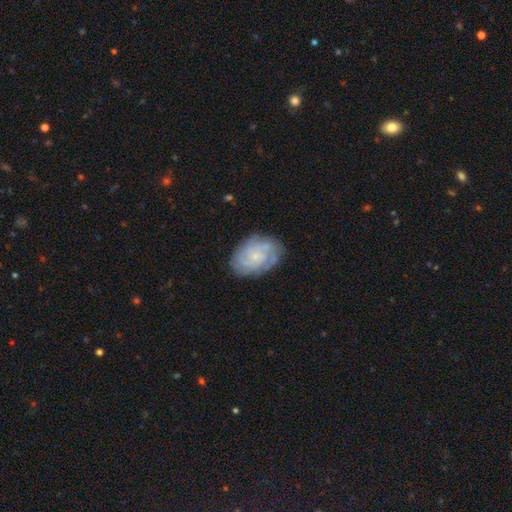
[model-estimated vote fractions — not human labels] Overall: featured or disk (71%). Edge-on disk: no (97%). Bar: no (77%). Spiral arms: yes (89%). Spiral arm count: can't tell (39%; 3 18%). Spiral winding: tight (63%; medium 29%). Bulge size: small (75%). Merging: none (76%).